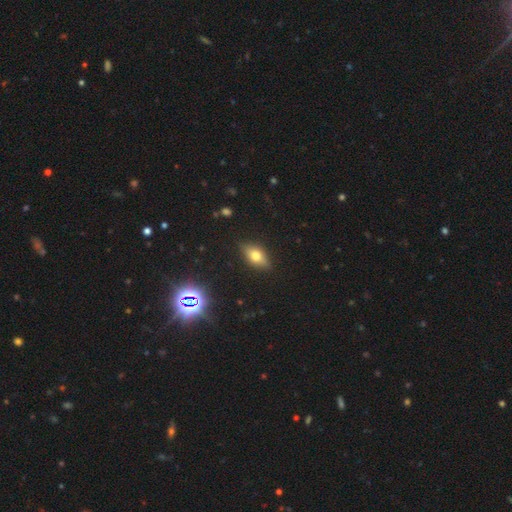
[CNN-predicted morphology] Smooth or featured? smooth (60%)
How rounded? in between (80%)
Merging? none (86%)